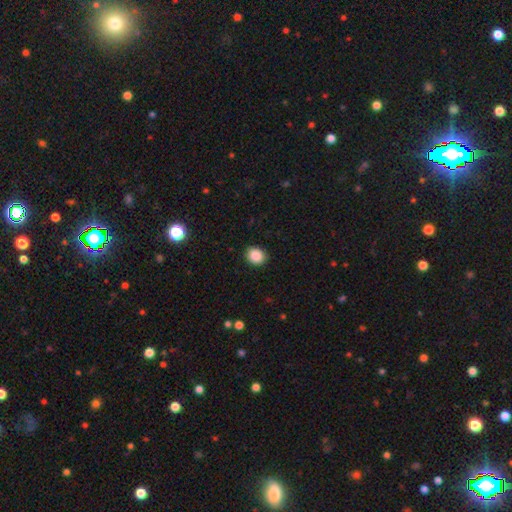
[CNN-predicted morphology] type=smooth (88%); roundness=round (68%); merging=none (90%).